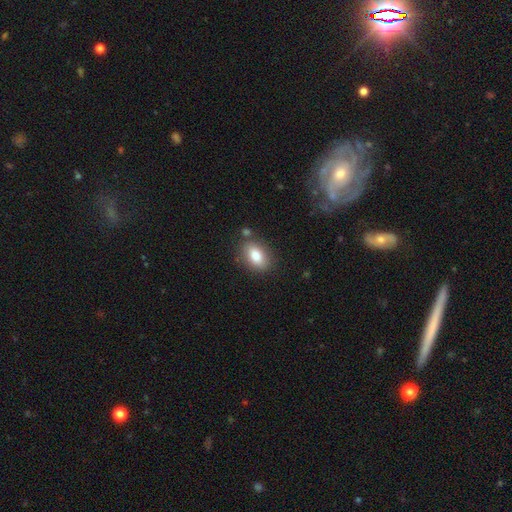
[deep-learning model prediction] Smooth or featured: smooth — 82% (featured or disk — 10%)
How rounded: in between — 85% (round — 13%)
Merging: none — 79% (minor disturbance — 12%)